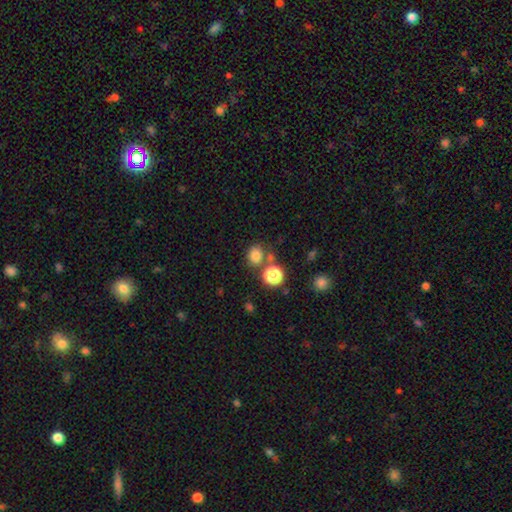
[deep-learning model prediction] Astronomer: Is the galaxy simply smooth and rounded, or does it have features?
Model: smooth — 77%.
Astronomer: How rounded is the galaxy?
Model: round — 72%.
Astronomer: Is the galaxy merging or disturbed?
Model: none — 68%.